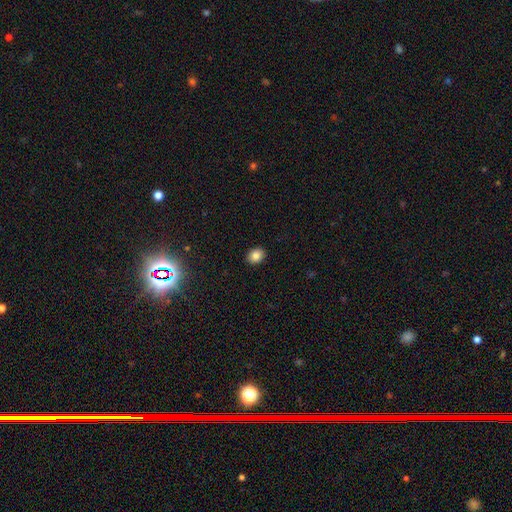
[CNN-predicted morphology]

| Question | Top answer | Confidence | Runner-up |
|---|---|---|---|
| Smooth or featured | smooth | 84% | star or artifact (10%) |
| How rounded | in between | 55% | round (44%) |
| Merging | none | 91% | minor disturbance (7%) |